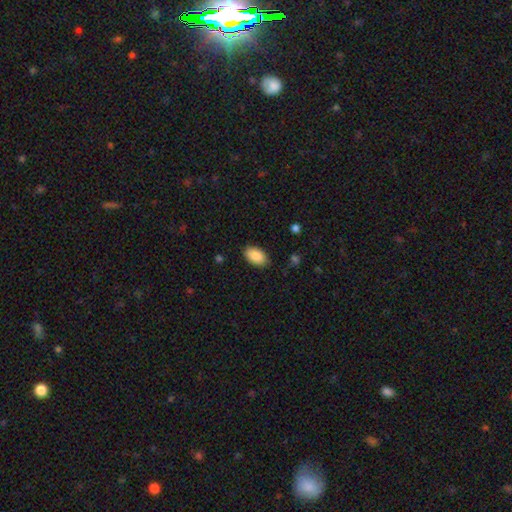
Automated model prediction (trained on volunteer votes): Smooth or featured? Predicted: smooth (p=0.88). How rounded? Predicted: in between (p=0.94). Merging? Predicted: none (p=0.86).